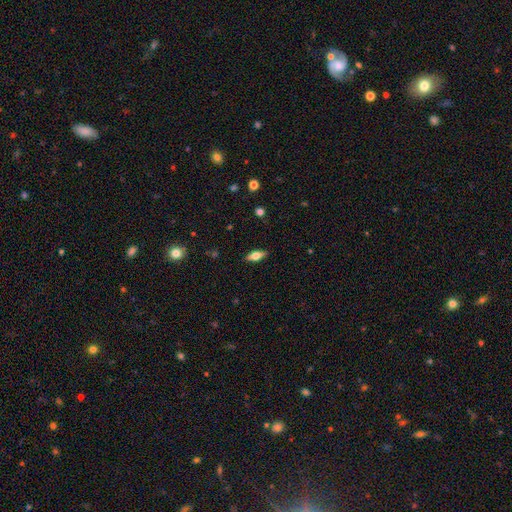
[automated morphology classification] Smooth or featured? Predicted: smooth (p=0.55). How rounded? Predicted: in between (p=0.67). Merging? Predicted: none (p=0.88).